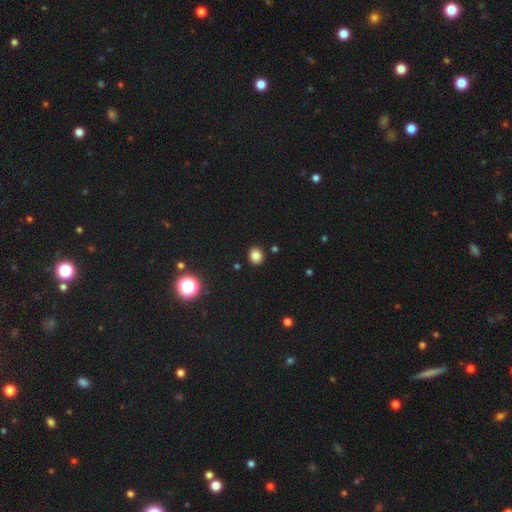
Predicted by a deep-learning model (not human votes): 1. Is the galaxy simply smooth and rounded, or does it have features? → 82% smooth, 13% star or artifact, 5% featured or disk.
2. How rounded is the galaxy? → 80% round, 19% in between, 1% cigar-shaped.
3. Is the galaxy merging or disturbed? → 91% none, 6% minor disturbance, 2% merger, 2% major disturbance.